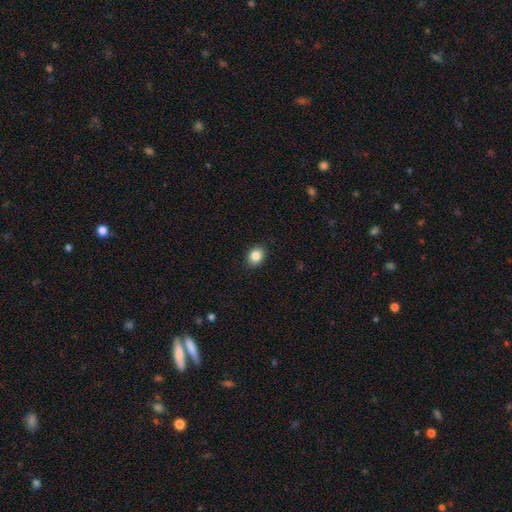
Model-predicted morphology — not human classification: Q: Smooth or featured?
A: smooth (85%); runner-up: star or artifact (9%)
Q: How rounded?
A: round (51%); runner-up: in between (49%)
Q: Merging?
A: none (90%); runner-up: minor disturbance (7%)